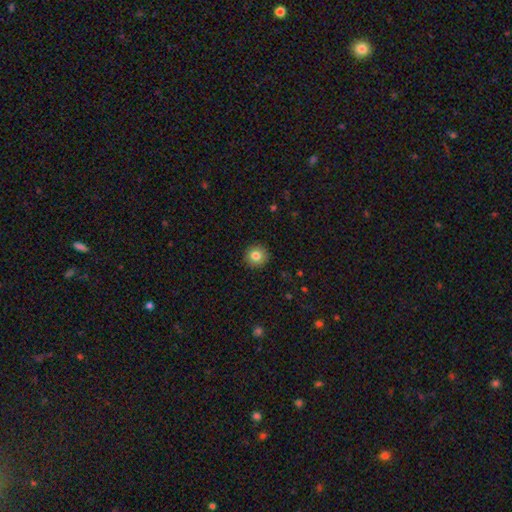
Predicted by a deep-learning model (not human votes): smooth-or-featured: smooth: 82% | star or artifact: 10% | featured or disk: 8%
  how-rounded: round: 94% | in between: 5% | cigar-shaped: 1%
  merging: none: 92% | minor disturbance: 5% | major disturbance: 2% | merger: 1%